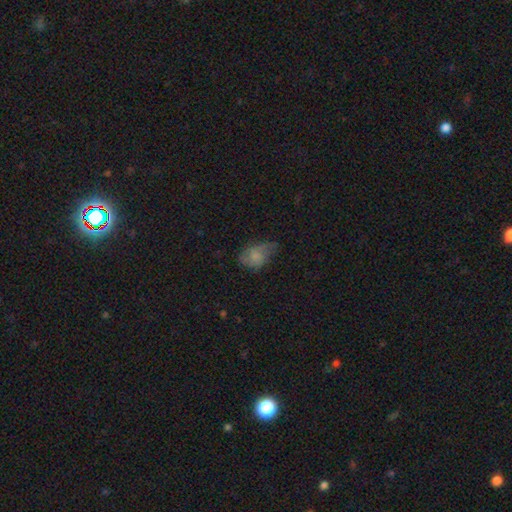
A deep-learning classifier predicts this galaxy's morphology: smooth-or-featured: smooth: 68% | featured or disk: 22% | star or artifact: 10%
  how-rounded: in between: 81% | round: 17% | cigar-shaped: 2%
  merging: minor disturbance: 39% | none: 35% | major disturbance: 24% | merger: 2%